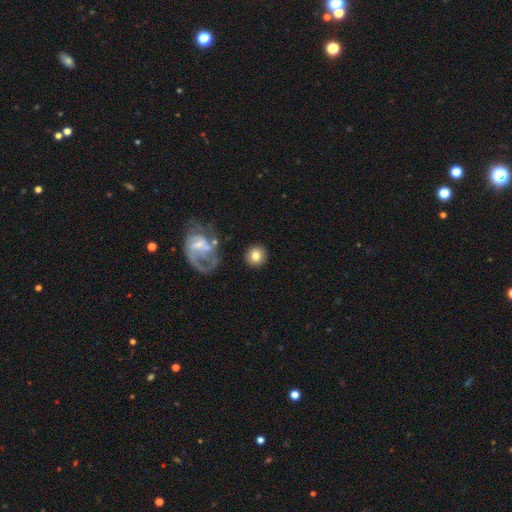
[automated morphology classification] This is likely a smooth galaxy (74%). How rounded: clearly round (89%). Merging: clearly none (84%).